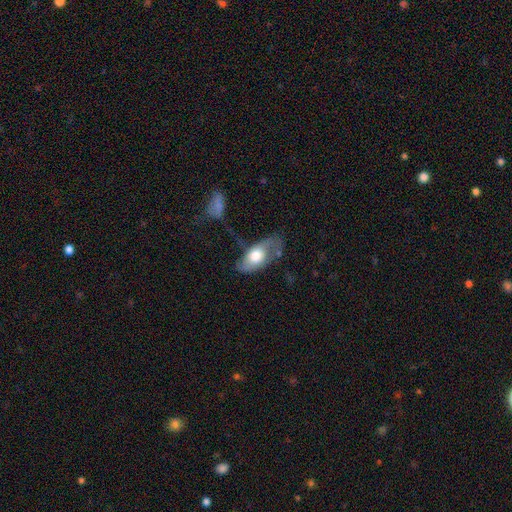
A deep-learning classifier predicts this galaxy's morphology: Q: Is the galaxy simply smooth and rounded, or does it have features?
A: smooth — 53%.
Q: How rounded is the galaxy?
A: in between — 90%.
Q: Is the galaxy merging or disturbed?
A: none — 44%.